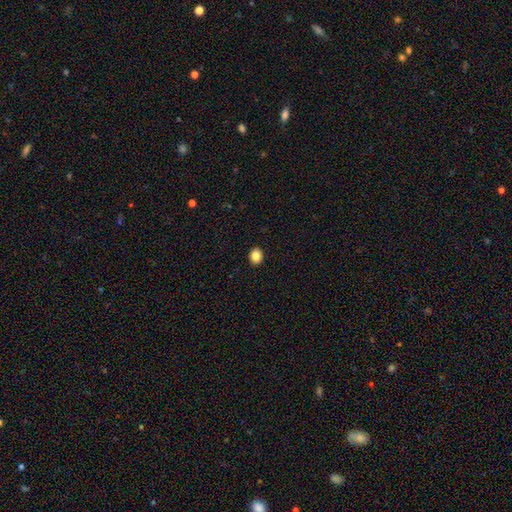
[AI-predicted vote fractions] smooth 85%, star or artifact 10%, featured or disk 5%. Down the decision tree: how rounded — round (62%); merging — none (92%).